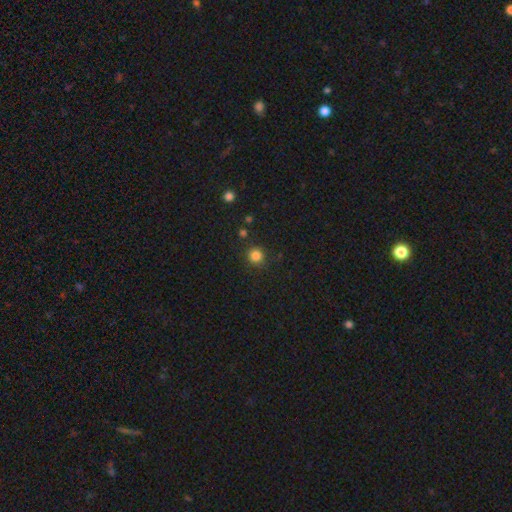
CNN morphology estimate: Smooth or featured? Predicted: smooth (p=0.83). How rounded? Predicted: round (p=0.93). Merging? Predicted: none (p=0.88).